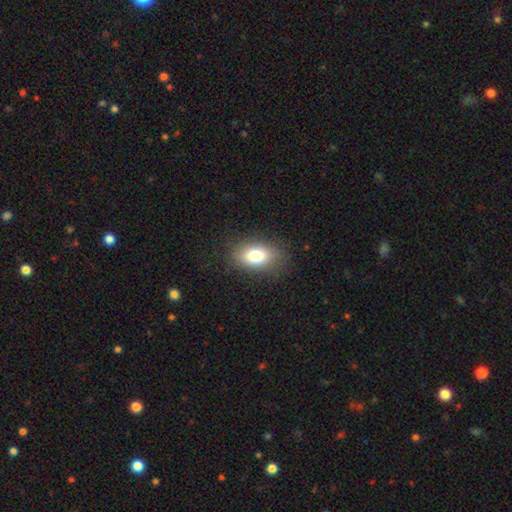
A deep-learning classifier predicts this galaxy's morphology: This appears to be a smooth galaxy with no disk features (78%) that is in between round and cigar-shaped (84%). Merging: none (83%).